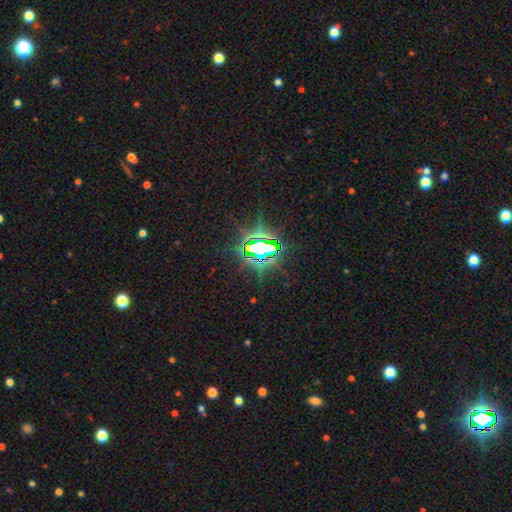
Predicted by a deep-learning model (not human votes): Smooth or featured: star or artifact — 81% (smooth — 10%)